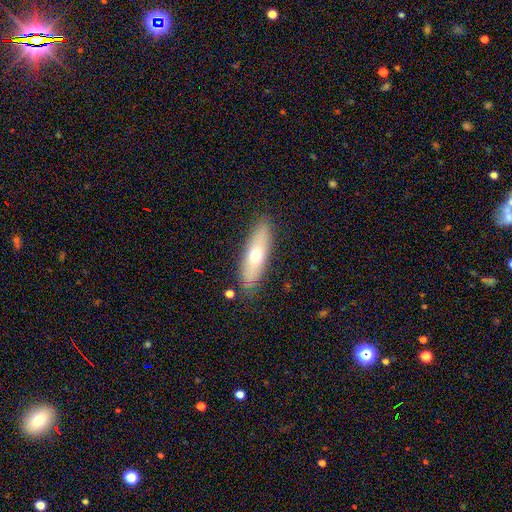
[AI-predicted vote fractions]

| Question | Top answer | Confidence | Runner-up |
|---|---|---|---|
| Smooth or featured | smooth | 56% | featured or disk (37%) |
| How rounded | cigar-shaped | 55% | in between (42%) |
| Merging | none | 86% | minor disturbance (10%) |